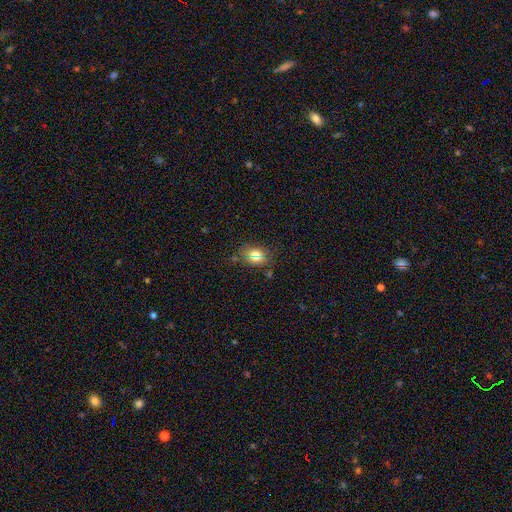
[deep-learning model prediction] Smooth or featured: smooth — 67% (star or artifact — 21%)
How rounded: in between — 50% (round — 47%)
Merging: none — 78% (minor disturbance — 12%)